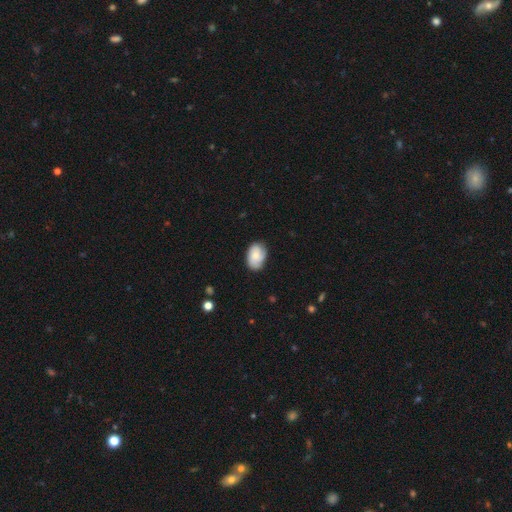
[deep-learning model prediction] smooth_or_featured: smooth (p=0.58) [alt: featured or disk p=0.35]
how_rounded: in between (p=0.84) [alt: round p=0.15]
merging: none (p=0.72) [alt: minor disturbance p=0.22]